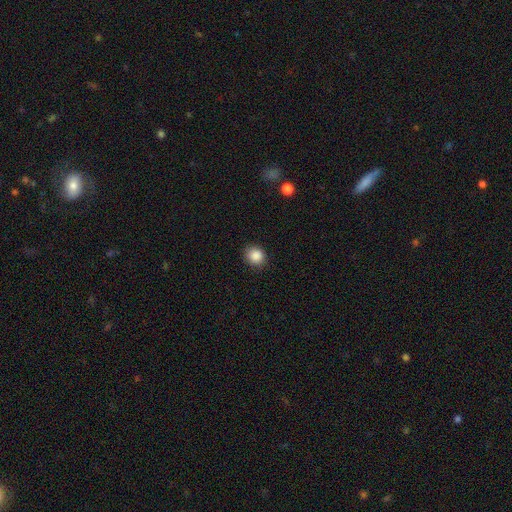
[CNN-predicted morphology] Smooth or featured?
  - smooth: 88% *
  - star or artifact: 9%
  - featured or disk: 3%
How rounded?
  - round: 80% *
  - in between: 19%
  - cigar-shaped: 1%
Merging?
  - none: 87% *
  - minor disturbance: 9%
  - major disturbance: 2%
  - merger: 1%